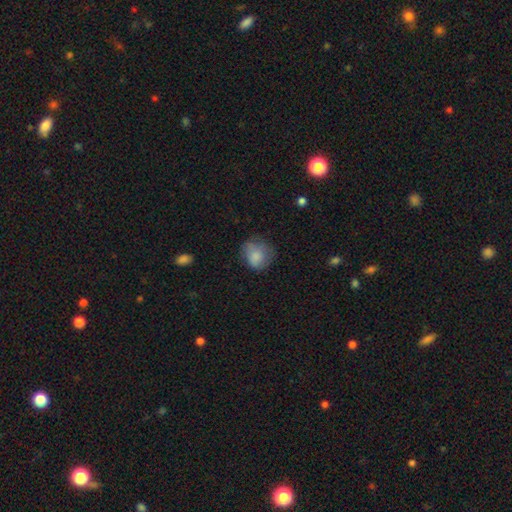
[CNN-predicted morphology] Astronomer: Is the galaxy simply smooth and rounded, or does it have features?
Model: smooth — 79%.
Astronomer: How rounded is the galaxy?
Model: round — 75%.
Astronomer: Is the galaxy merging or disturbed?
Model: none — 60%.